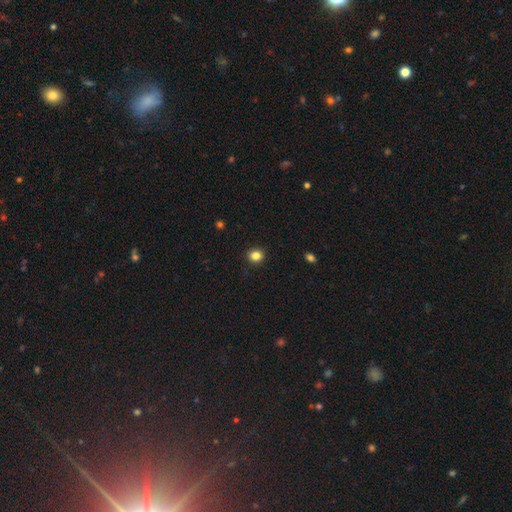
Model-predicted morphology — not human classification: Smooth or featured?
  - smooth: 84% *
  - star or artifact: 11%
  - featured or disk: 5%
How rounded?
  - round: 74% *
  - in between: 25%
  - cigar-shaped: 1%
Merging?
  - none: 91% *
  - minor disturbance: 6%
  - major disturbance: 2%
  - merger: 1%